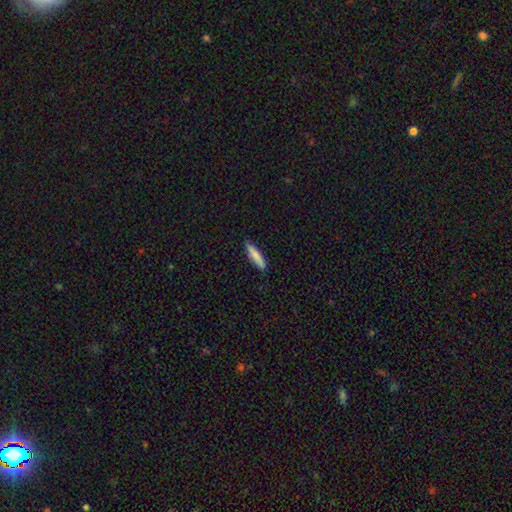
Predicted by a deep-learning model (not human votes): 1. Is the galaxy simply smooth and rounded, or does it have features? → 83% smooth, 11% featured or disk, 6% star or artifact.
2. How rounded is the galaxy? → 84% cigar-shaped, 14% in between, 1% round.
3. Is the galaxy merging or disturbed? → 86% none, 11% minor disturbance, 2% major disturbance, 1% merger.